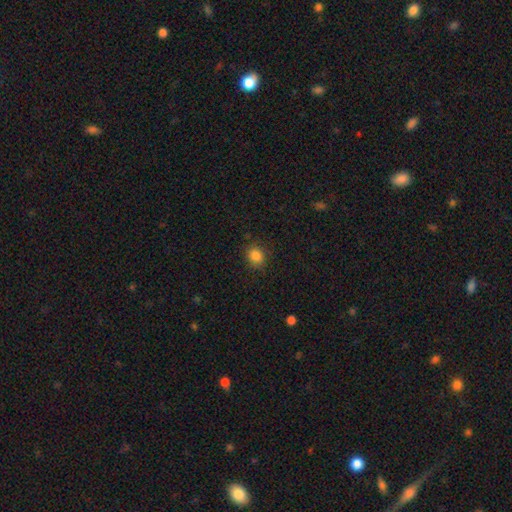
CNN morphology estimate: Smooth or featured? smooth (84%)
How rounded? round (71%)
Merging? none (86%)